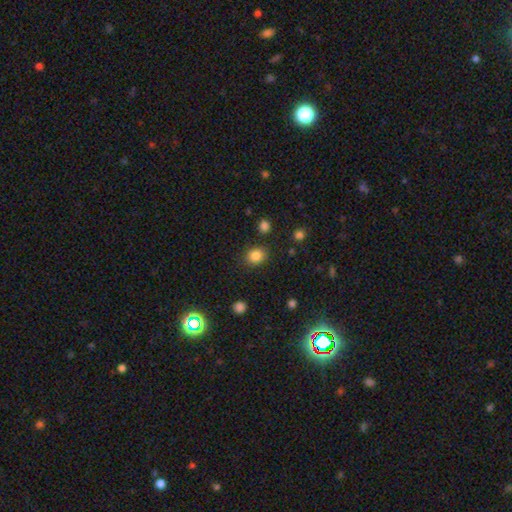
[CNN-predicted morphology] A smooth galaxy with no disk features (84%) that is round (66%).

Vote fractions:
- Smooth or featured? smooth: 84% / star or artifact: 11% / featured or disk: 5%
- How rounded? round: 66% / in between: 33% / cigar-shaped: 1%
- Merging? none: 85% / minor disturbance: 10% / major disturbance: 3% / merger: 2%